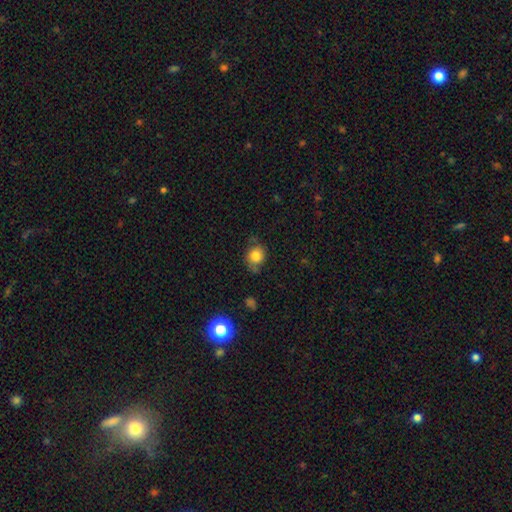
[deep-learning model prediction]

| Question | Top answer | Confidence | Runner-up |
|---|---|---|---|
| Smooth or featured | smooth | 79% | star or artifact (11%) |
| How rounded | round | 76% | in between (23%) |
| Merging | none | 65% | minor disturbance (24%) |